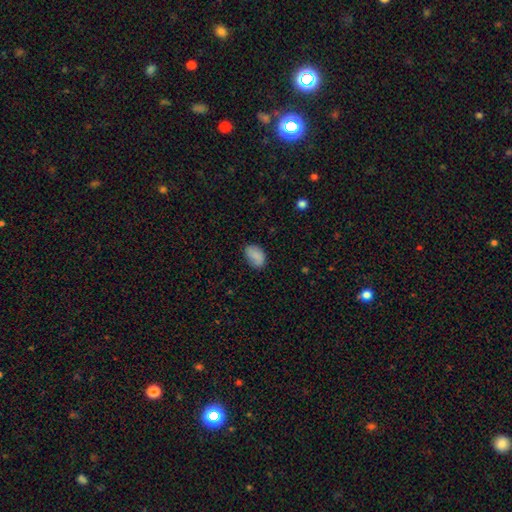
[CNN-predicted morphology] This appears to be a smooth galaxy with no disk features (86%) that is in between round and cigar-shaped (87%). Merging: none (74%).